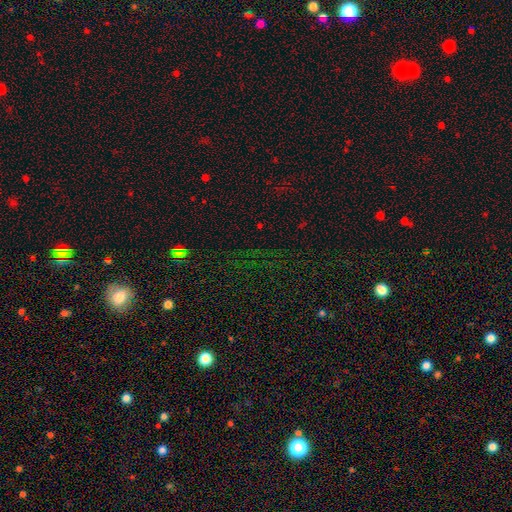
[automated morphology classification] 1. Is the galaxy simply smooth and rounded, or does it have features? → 66% star or artifact, 24% smooth, 10% featured or disk.